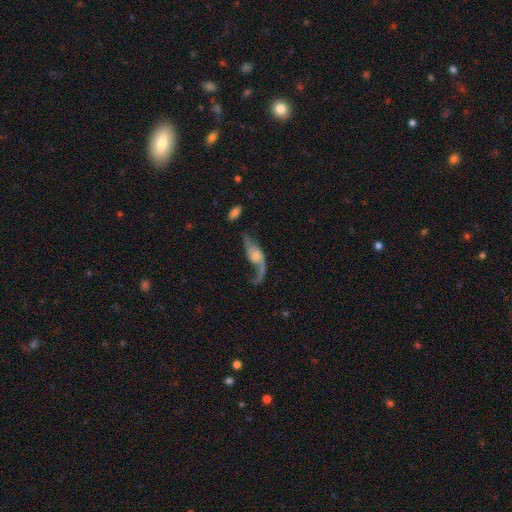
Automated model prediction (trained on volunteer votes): Smooth or featured?
  - featured or disk: 77% *
  - smooth: 17%
  - star or artifact: 6%
Edge-on disk?
  - no: 90% *
  - yes: 10%
Bar?
  - no: 71% *
  - weak: 23%
  - strong: 5%
Spiral arms?
  - yes: 88% *
  - no: 12%
Spiral winding?
  - loose: 86% *
  - medium: 11%
  - tight: 3%
Spiral arm count?
  - 2: 63% *
  - 1: 31%
  - can't tell: 3%
  - 3: 1%
  - 4: 1%
  - more than 4: 1%
Bulge size?
  - small: 50% *
  - moderate: 35%
  - none: 8%
  - large: 5%
  - dominant: 2%
Merging?
  - none: 38% *
  - major disturbance: 37%
  - minor disturbance: 18%
  - merger: 8%